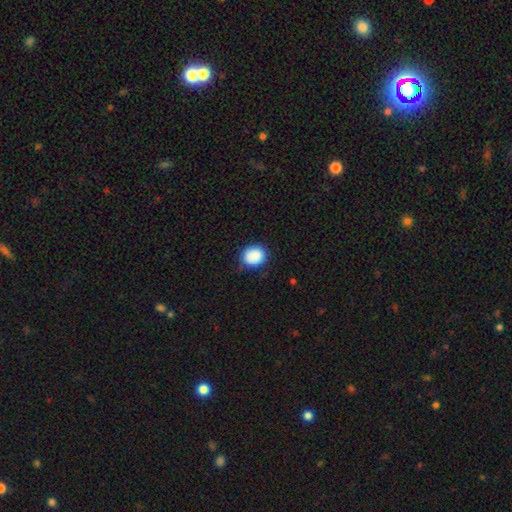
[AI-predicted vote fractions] A smooth galaxy with no disk features (88%) that is round (66%). Merging: none (79%).